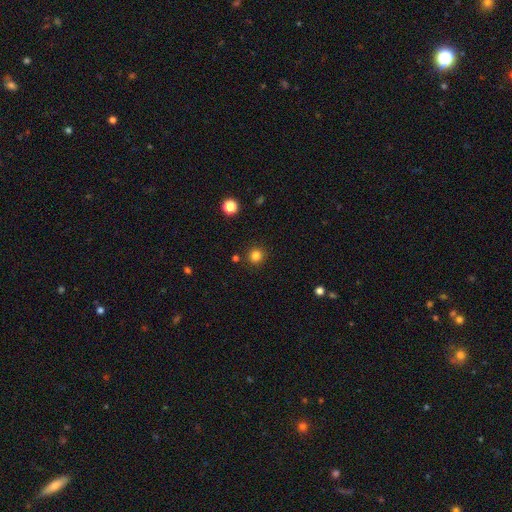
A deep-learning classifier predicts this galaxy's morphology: smooth 82%, star or artifact 13%, featured or disk 4%. Down the decision tree: how rounded — round (95%); merging — none (90%).